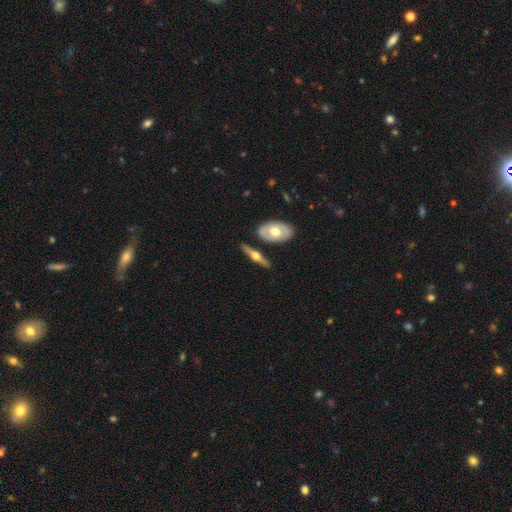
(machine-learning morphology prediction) type=featured or disk (67%); edge-on=yes (88%); edge-on bulge=rounded (96%); merging=none (78%).